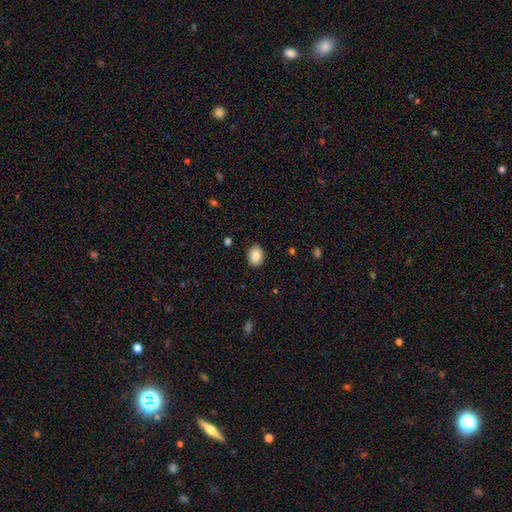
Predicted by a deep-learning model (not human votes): smooth 86%, star or artifact 8%, featured or disk 6%. Down the decision tree: how rounded — in between (63%); merging — none (87%).